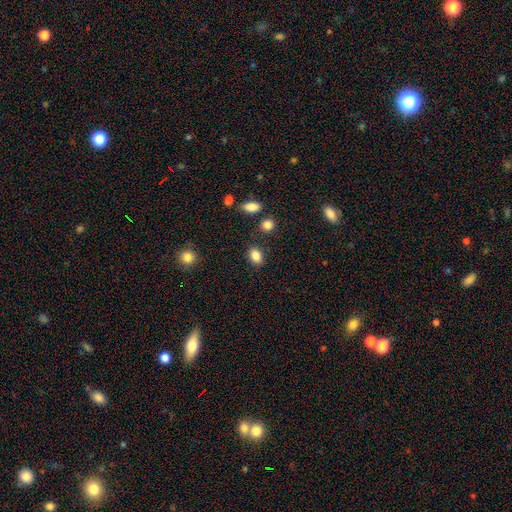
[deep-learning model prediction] This appears to be a smooth galaxy with no disk features (85%) that is in between round and cigar-shaped (73%). Merging: none (84%).